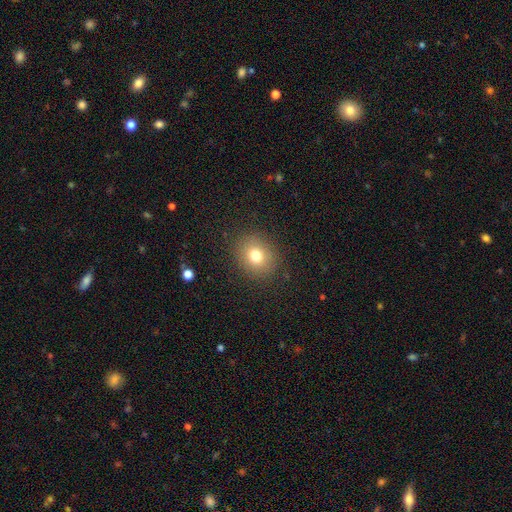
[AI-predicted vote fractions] smooth 76%, star or artifact 13%, featured or disk 11%. Down the decision tree: how rounded — round (71%); merging — none (87%).